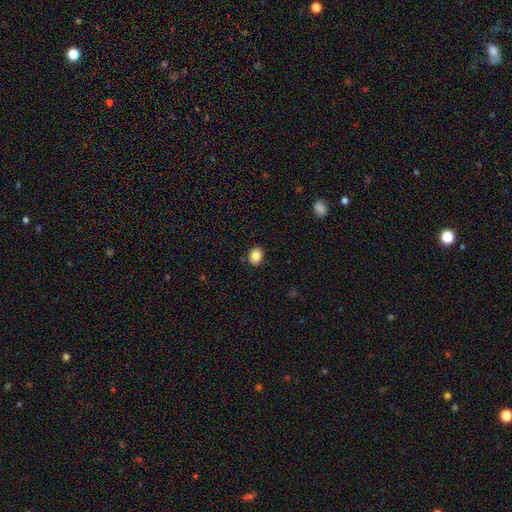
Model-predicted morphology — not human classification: smooth 84%, star or artifact 9%, featured or disk 7%. Down the decision tree: how rounded — in between (50%); merging — none (87%).